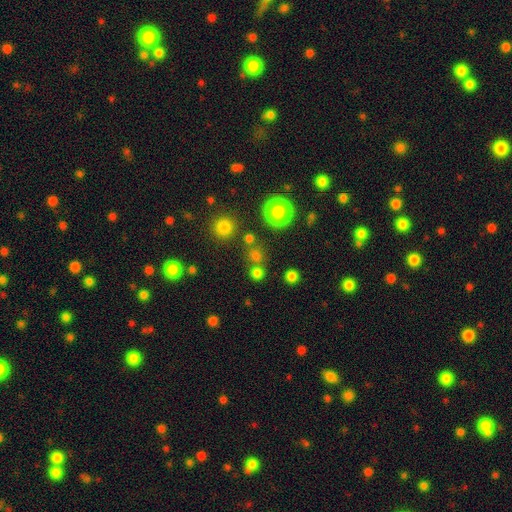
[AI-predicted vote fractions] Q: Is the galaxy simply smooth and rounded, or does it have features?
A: smooth — 68%.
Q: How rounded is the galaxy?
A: round — 88%.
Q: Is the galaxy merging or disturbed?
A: none — 72%.